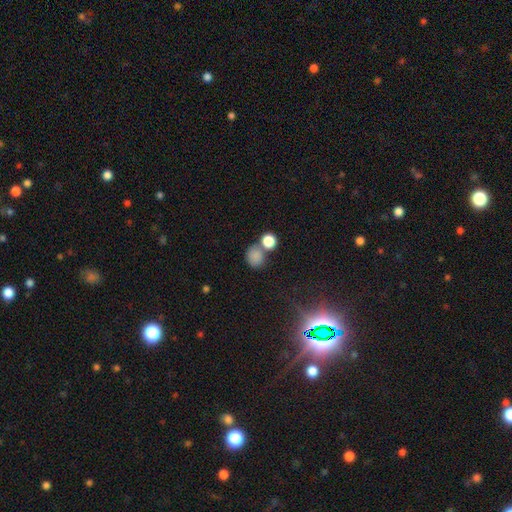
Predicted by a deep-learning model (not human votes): Overall: smooth (80%). How rounded: round (80%). Merging: none (54%; merger 31%).